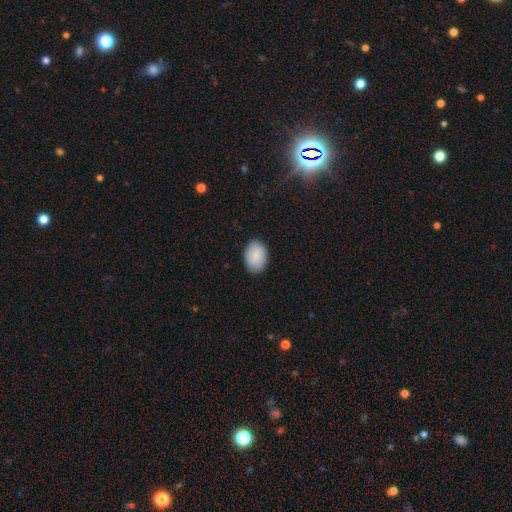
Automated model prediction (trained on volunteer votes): Smooth or featured? Predicted: smooth (p=0.89). How rounded? Predicted: in between (p=0.82). Merging? Predicted: none (p=0.87).